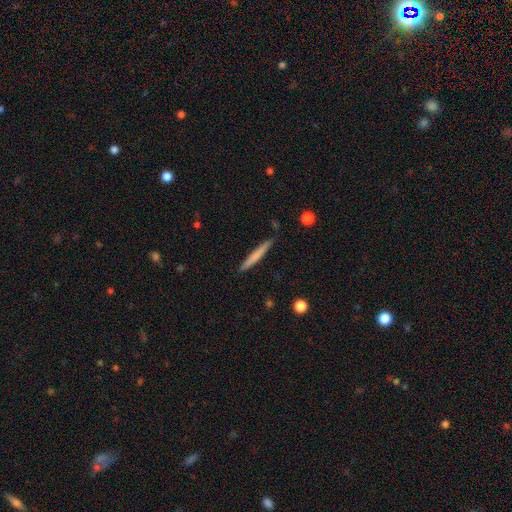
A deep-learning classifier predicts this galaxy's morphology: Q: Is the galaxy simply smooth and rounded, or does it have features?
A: smooth — 65%.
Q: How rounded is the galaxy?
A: cigar-shaped — 96%.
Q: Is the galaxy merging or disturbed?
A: none — 88%.